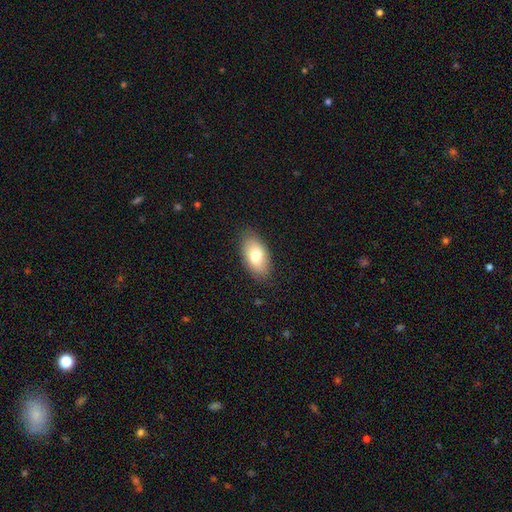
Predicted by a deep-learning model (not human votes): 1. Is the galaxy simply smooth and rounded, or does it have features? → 76% smooth, 17% featured or disk, 7% star or artifact.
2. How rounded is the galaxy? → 93% in between, 4% round, 3% cigar-shaped.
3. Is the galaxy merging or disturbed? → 84% none, 12% minor disturbance, 3% major disturbance, 1% merger.